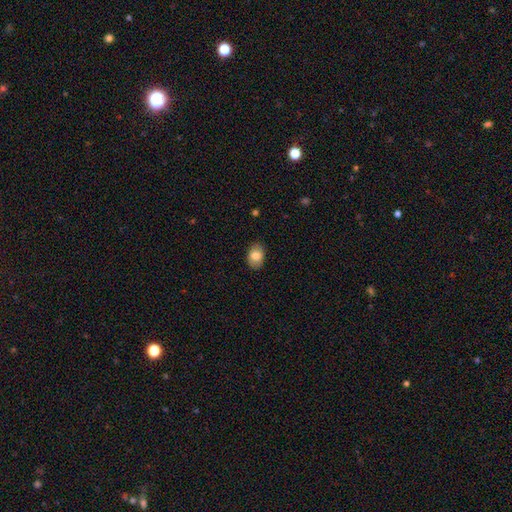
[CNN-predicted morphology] smooth 82%, featured or disk 11%, star or artifact 7%. Down the decision tree: how rounded — in between (83%); merging — none (85%).